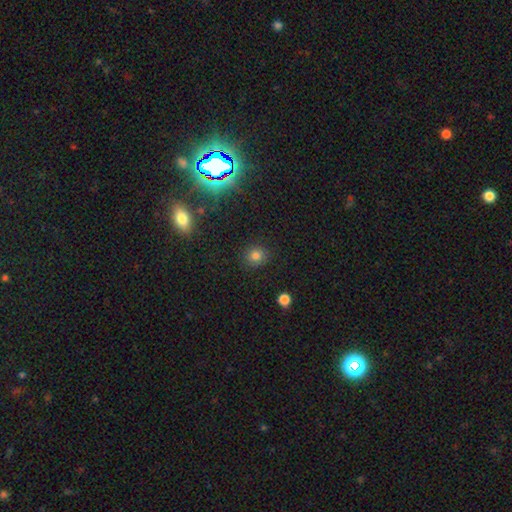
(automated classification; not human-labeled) smooth_or_featured: smooth (p=0.79) [alt: star or artifact p=0.15]
how_rounded: round (p=0.83) [alt: in between p=0.16]
merging: none (p=0.88) [alt: minor disturbance p=0.08]